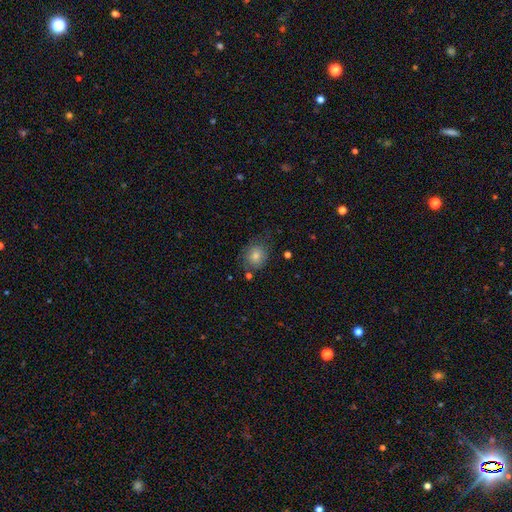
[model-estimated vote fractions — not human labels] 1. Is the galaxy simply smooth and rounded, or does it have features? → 68% smooth, 17% featured or disk, 15% star or artifact.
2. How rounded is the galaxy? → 74% round, 25% in between, 1% cigar-shaped.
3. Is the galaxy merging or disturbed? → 71% none, 20% minor disturbance, 6% major disturbance, 3% merger.